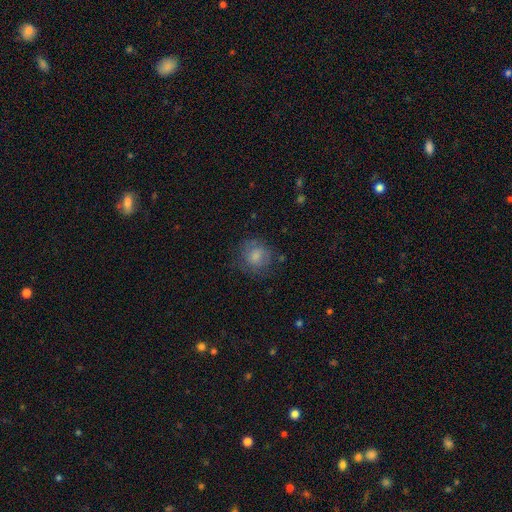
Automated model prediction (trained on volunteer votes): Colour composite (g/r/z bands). It shows a smooth galaxy with no disk features (75%) that is round (83%). Merging: none (68%).